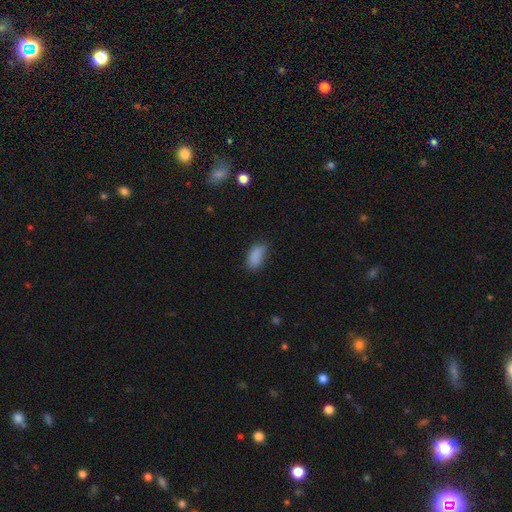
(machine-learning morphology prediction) smooth-or-featured: smooth: 87% | star or artifact: 8% | featured or disk: 5%
  how-rounded: in between: 91% | cigar-shaped: 6% | round: 3%
  merging: none: 69% | minor disturbance: 24% | major disturbance: 5% | merger: 2%